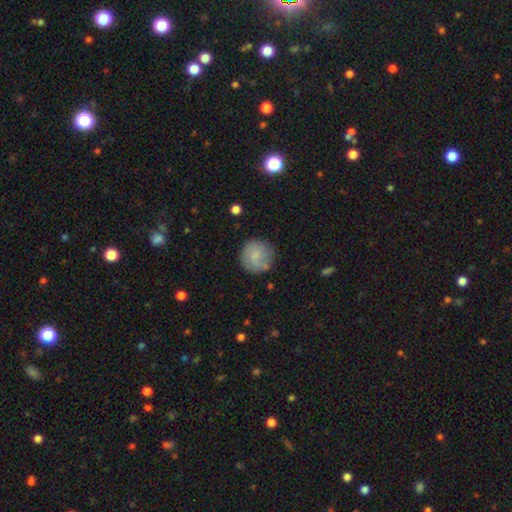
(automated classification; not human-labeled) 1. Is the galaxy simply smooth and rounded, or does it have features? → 71% smooth, 21% featured or disk, 8% star or artifact.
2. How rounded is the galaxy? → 93% round, 6% in between, 1% cigar-shaped.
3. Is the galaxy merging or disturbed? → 76% none, 16% minor disturbance, 5% major disturbance, 3% merger.